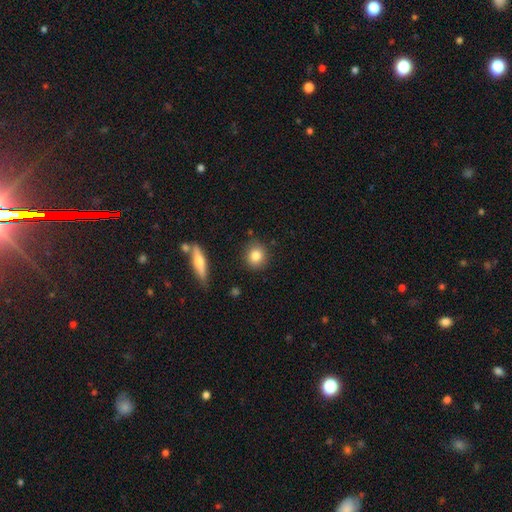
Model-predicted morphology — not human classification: A smooth galaxy with no disk features (81%) that is round (81%).

Vote fractions:
- Smooth or featured? smooth: 81% / featured or disk: 10% / star or artifact: 8%
- How rounded? round: 81% / in between: 17% / cigar-shaped: 2%
- Merging? none: 87% / minor disturbance: 8% / merger: 3% / major disturbance: 2%